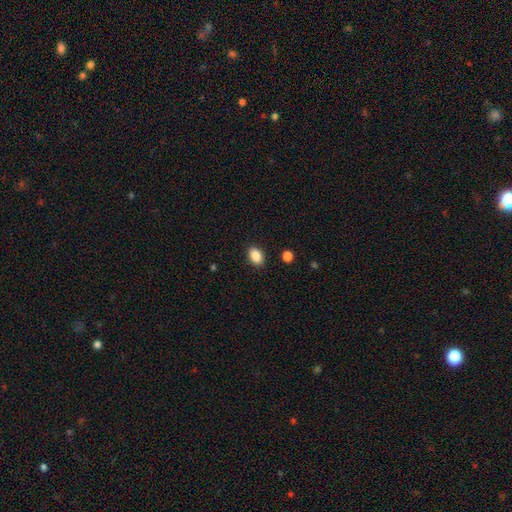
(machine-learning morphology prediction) Smooth or featured: smooth — 88% (star or artifact — 8%)
How rounded: in between — 81% (round — 18%)
Merging: none — 89% (minor disturbance — 8%)